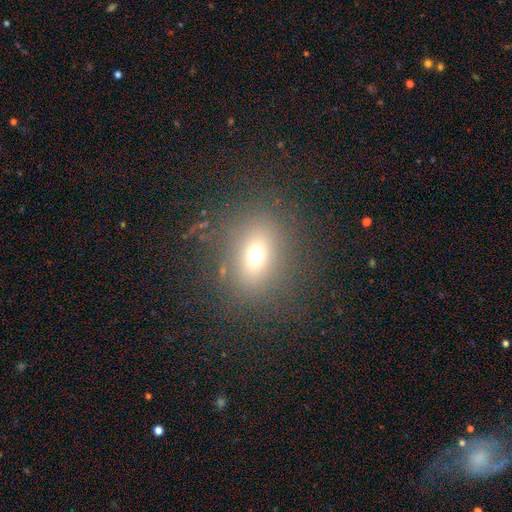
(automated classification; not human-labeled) This appears to be a smooth galaxy with no disk features (65%) that is round (52%). Merging: none (81%).